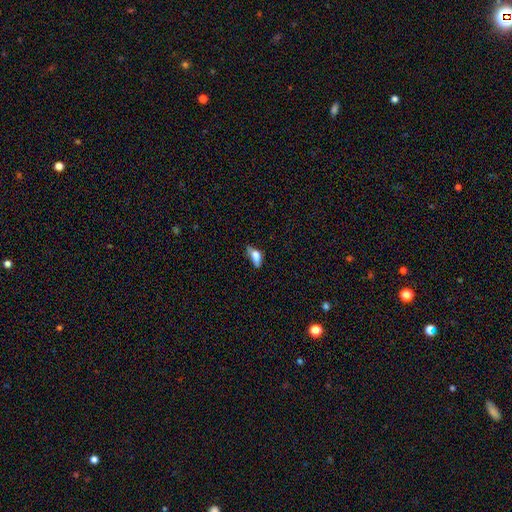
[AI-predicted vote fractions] Smooth or featured? smooth (72%)
How rounded? in between (81%)
Merging? minor disturbance (38%)